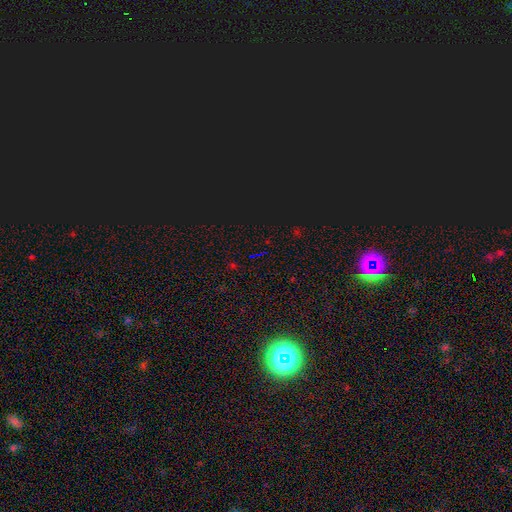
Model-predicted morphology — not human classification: Overall: star or artifact (79%).